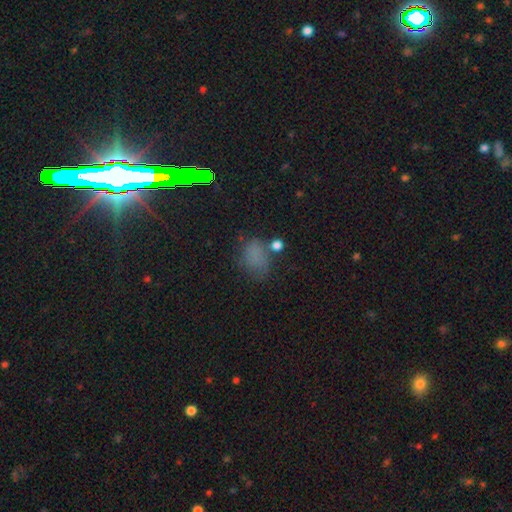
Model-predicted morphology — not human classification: A smooth galaxy with no disk features (64%) that is in between round and cigar-shaped (60%).

Vote fractions:
- Smooth or featured? smooth: 64% / star or artifact: 25% / featured or disk: 11%
- How rounded? in between: 60% / round: 38% / cigar-shaped: 2%
- Merging? none: 51% / minor disturbance: 25% / major disturbance: 15% / merger: 9%